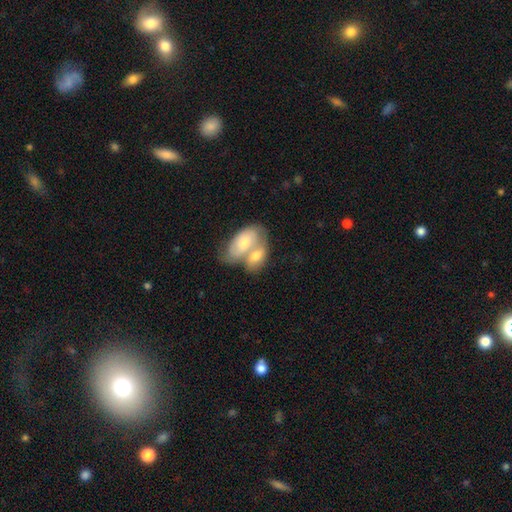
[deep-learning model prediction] Morphology: type=smooth (66%); roundness=in between (90%); merging=merger (76%).